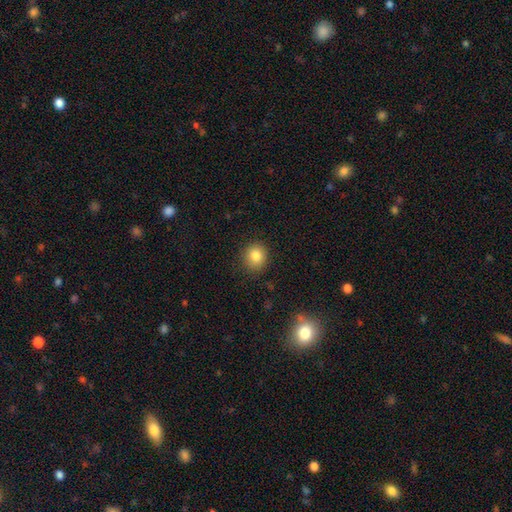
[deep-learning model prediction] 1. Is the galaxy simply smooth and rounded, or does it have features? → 82% smooth, 11% star or artifact, 7% featured or disk.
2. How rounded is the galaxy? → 82% round, 17% in between, 1% cigar-shaped.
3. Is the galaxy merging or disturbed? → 88% none, 9% minor disturbance, 3% major disturbance, 1% merger.